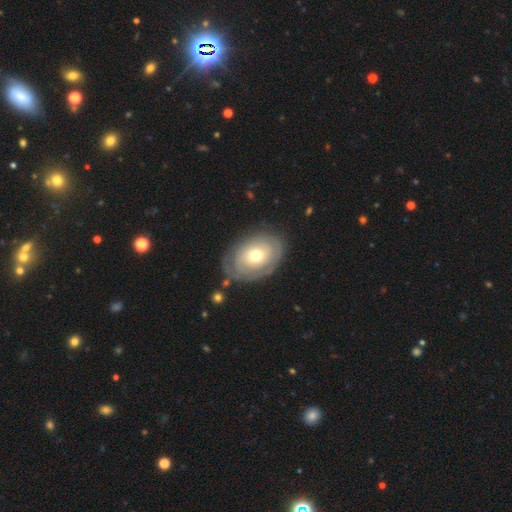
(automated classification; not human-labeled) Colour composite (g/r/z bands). It shows a featured or disk galaxy (54%) with no bar (86%), no spiral arms (51%) and a moderate central bulge (69%). Merging: none (72%).